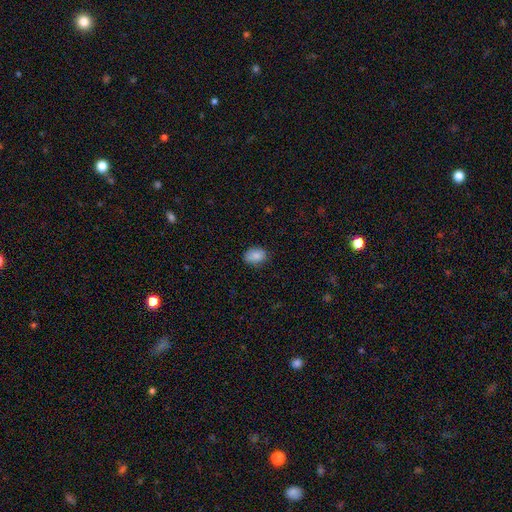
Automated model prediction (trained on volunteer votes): A smooth galaxy with no disk features (88%) that is in between round and cigar-shaped (78%).

Vote fractions:
- Smooth or featured? smooth: 88% / star or artifact: 8% / featured or disk: 4%
- How rounded? in between: 78% / round: 20% / cigar-shaped: 1%
- Merging? none: 81% / minor disturbance: 15% / major disturbance: 3% / merger: 1%